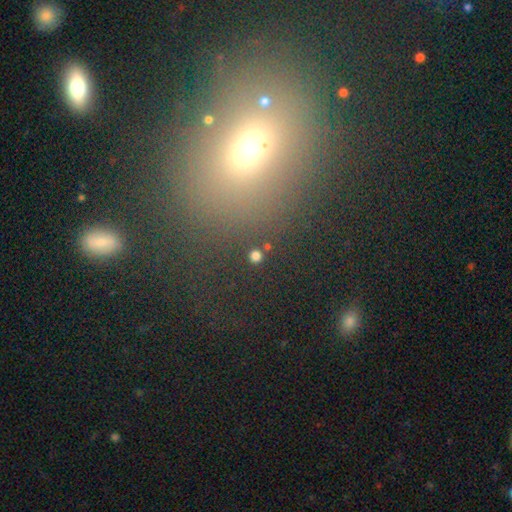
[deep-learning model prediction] Smooth or featured: smooth — 77% (star or artifact — 19%)
How rounded: round — 93% (in between — 6%)
Merging: none — 88% (minor disturbance — 5%)